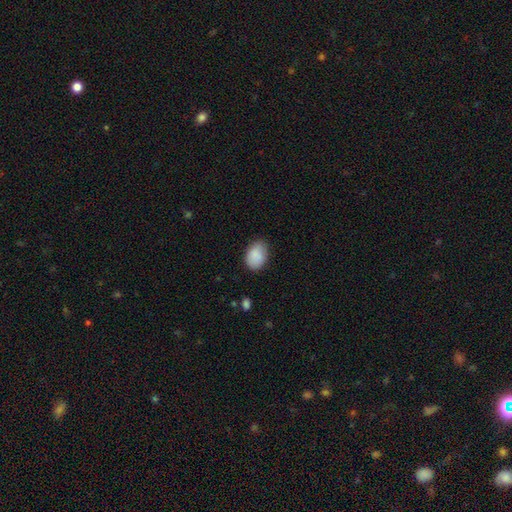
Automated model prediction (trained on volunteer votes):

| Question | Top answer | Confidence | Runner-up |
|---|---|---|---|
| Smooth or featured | smooth | 88% | star or artifact (7%) |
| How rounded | in between | 80% | round (19%) |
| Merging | none | 75% | minor disturbance (20%) |